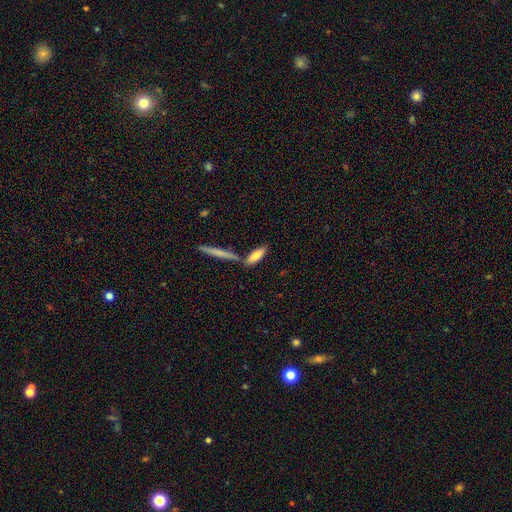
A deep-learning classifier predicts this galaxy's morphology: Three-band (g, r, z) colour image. It shows a smooth galaxy with no disk features (77%) that is cigar-shaped (54%). Merging: none (64%).